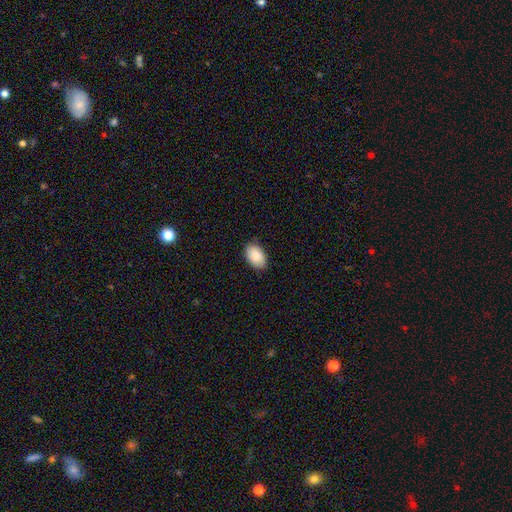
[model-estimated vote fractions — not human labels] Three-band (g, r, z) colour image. It shows a smooth galaxy with no disk features (90%) that is in between round and cigar-shaped (92%). Merging: none (86%).